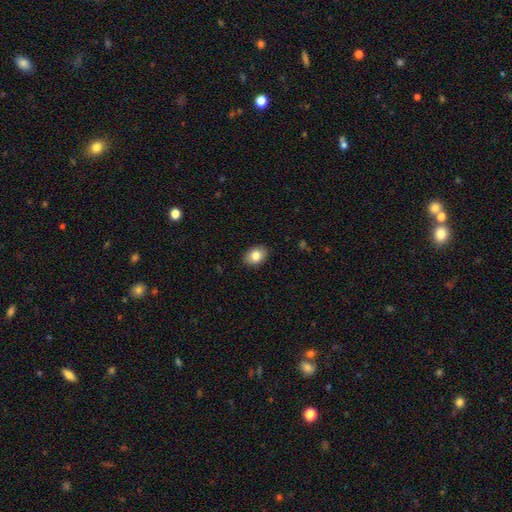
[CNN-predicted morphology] This appears to be a smooth galaxy with no disk features (83%) that is in between round and cigar-shaped (78%). Merging: none (90%).